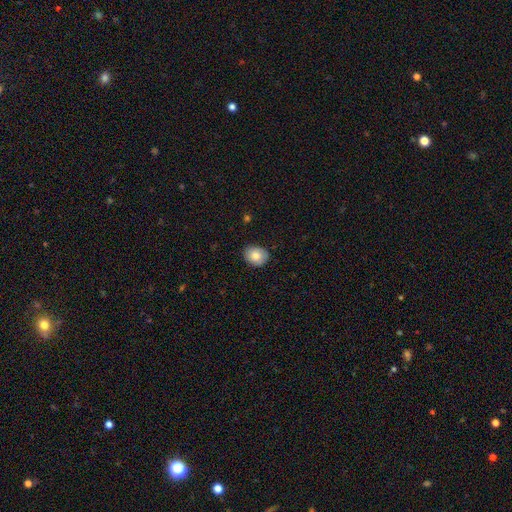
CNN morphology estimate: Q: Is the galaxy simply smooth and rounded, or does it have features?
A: smooth — 83%.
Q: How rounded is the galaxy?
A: round — 52%.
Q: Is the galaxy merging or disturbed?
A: none — 86%.